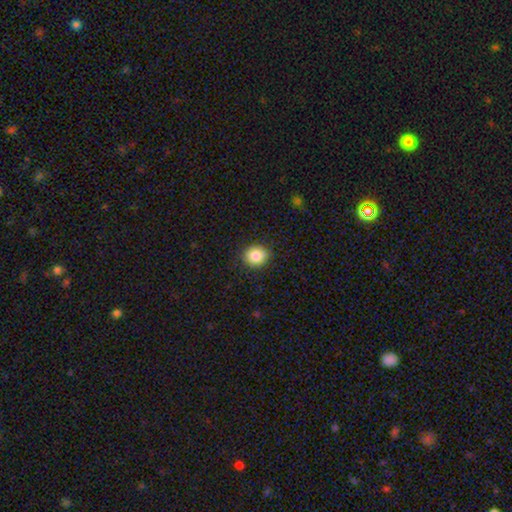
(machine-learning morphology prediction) smooth-or-featured: smooth: 84% | star or artifact: 10% | featured or disk: 6%
  how-rounded: round: 82% | in between: 17% | cigar-shaped: 1%
  merging: none: 89% | minor disturbance: 8% | major disturbance: 2% | merger: 1%